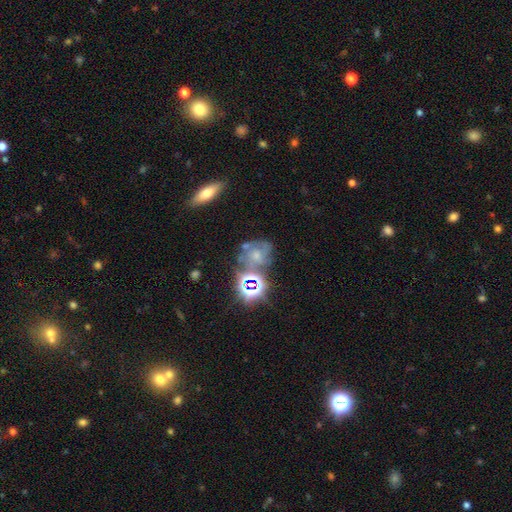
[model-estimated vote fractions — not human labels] A featured or disk galaxy (40%).

Vote fractions:
- Smooth or featured? featured or disk: 40% / star or artifact: 32% / smooth: 28%
- Merging? none: 44% / merger: 20% / minor disturbance: 20% / major disturbance: 16%